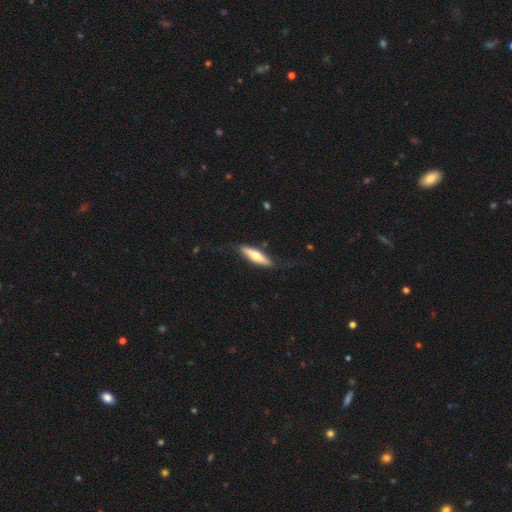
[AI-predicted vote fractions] Overall: smooth (58%; featured or disk 37%). How rounded: cigar-shaped (70%). Merging: none (76%).